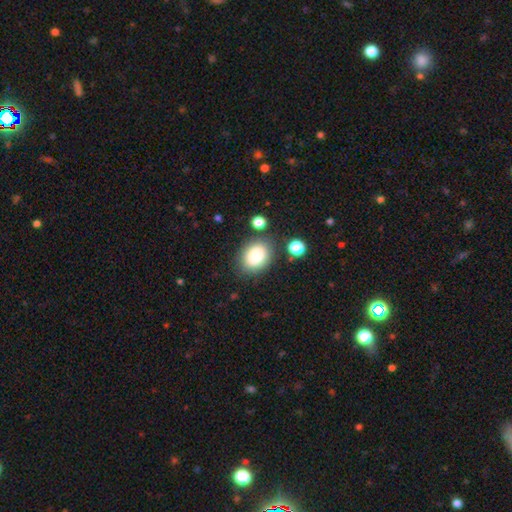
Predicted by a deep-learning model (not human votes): A smooth galaxy with no disk features (85%) that is in between round and cigar-shaped (68%).

Vote fractions:
- Smooth or featured? smooth: 85% / star or artifact: 9% / featured or disk: 6%
- How rounded? in between: 68% / round: 31% / cigar-shaped: 1%
- Merging? none: 77% / minor disturbance: 13% / merger: 5% / major disturbance: 4%